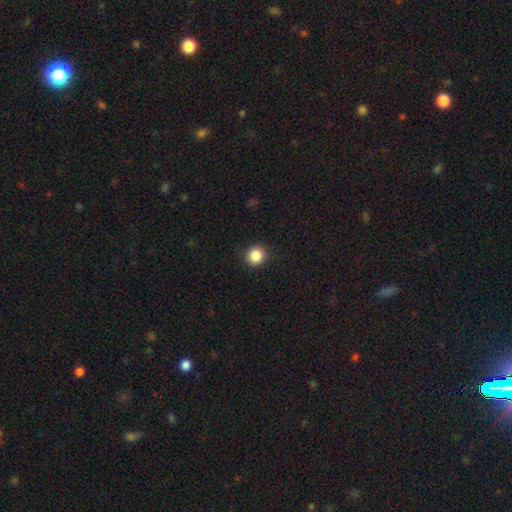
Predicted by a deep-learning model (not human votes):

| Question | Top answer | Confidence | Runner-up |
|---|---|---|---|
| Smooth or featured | smooth | 87% | star or artifact (10%) |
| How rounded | round | 91% | in between (8%) |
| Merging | none | 91% | minor disturbance (6%) |